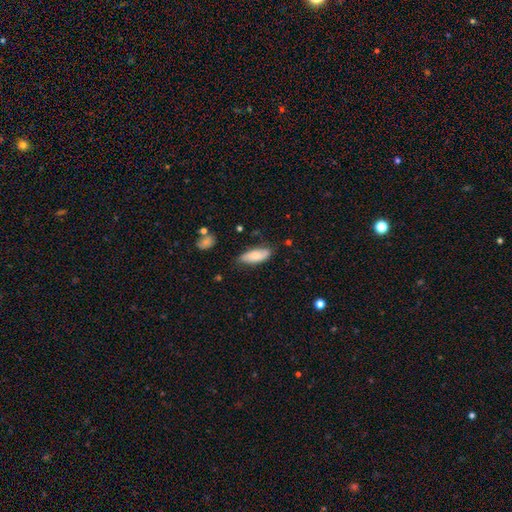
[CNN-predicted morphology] smooth-or-featured: smooth: 70% | featured or disk: 23% | star or artifact: 7%
  how-rounded: in between: 82% | cigar-shaped: 15% | round: 2%
  merging: none: 69% | minor disturbance: 25% | major disturbance: 4% | merger: 2%